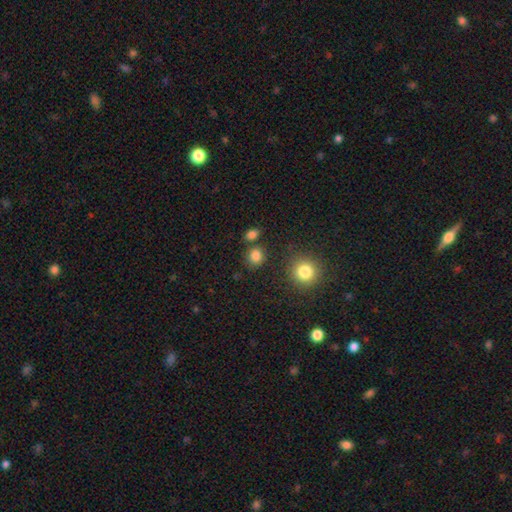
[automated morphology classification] Smooth or featured: smooth — 83% (star or artifact — 12%)
How rounded: round — 74% (in between — 25%)
Merging: none — 77% (merger — 10%)